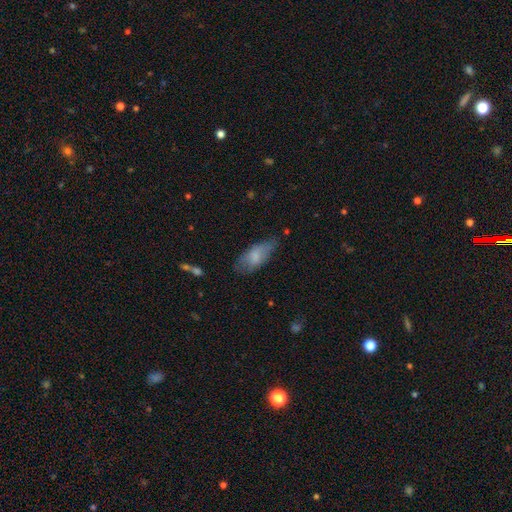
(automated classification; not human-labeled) smooth-or-featured: smooth: 74% | featured or disk: 19% | star or artifact: 7%
  how-rounded: in between: 85% | cigar-shaped: 13% | round: 2%
  merging: none: 58% | minor disturbance: 31% | major disturbance: 9% | merger: 2%